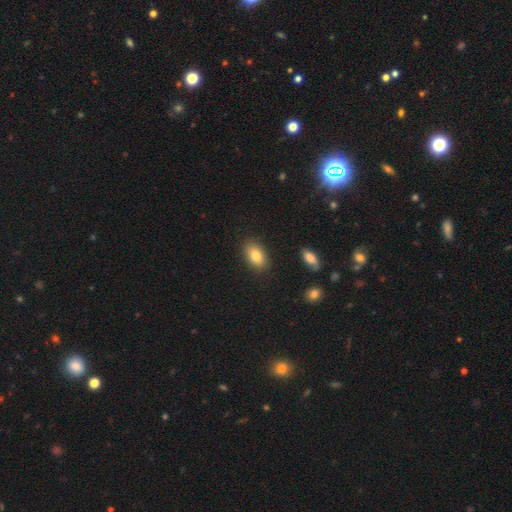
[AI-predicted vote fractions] This is clearly a smooth galaxy (83%). How rounded: clearly in between (89%). Merging: clearly none (87%).